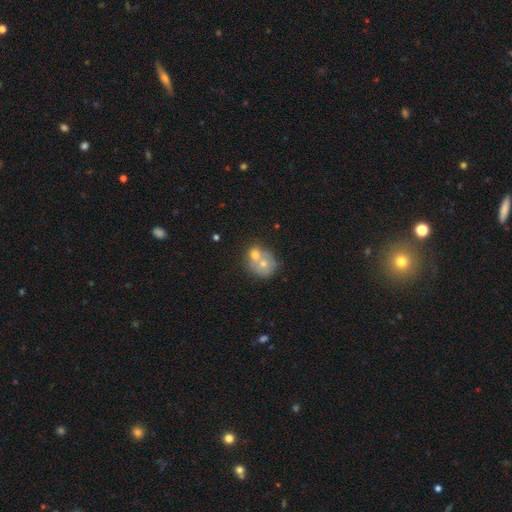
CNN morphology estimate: smooth 54%, featured or disk 32%, star or artifact 14%. Down the decision tree: how rounded — round (73%); merging — merger (55%).